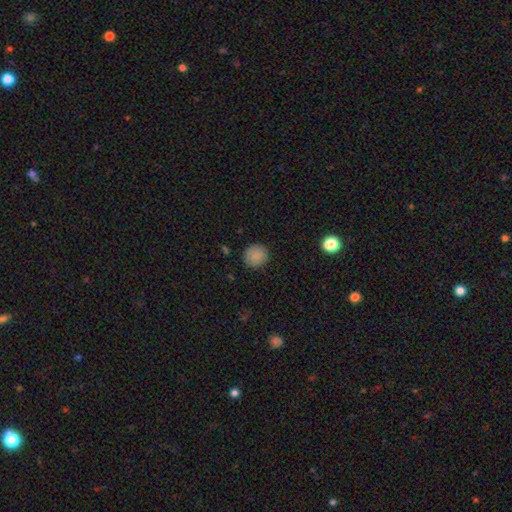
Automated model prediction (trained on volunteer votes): smooth_or_featured: smooth (p=0.85) [alt: star or artifact p=0.10]
how_rounded: round (p=0.93) [alt: in between p=0.06]
merging: none (p=0.89) [alt: minor disturbance p=0.07]